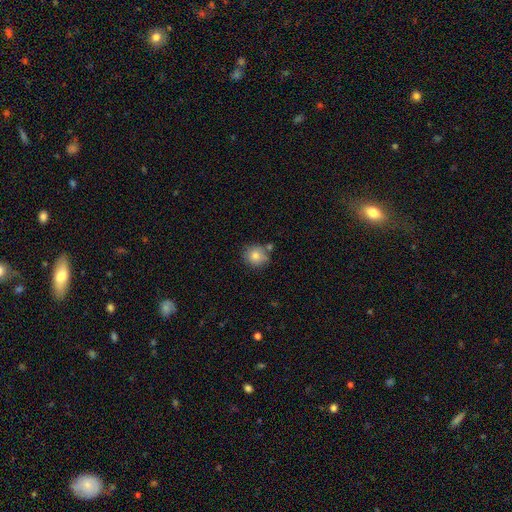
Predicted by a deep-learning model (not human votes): Morphology: type=smooth (81%); roundness=round (84%); merging=none (70%).